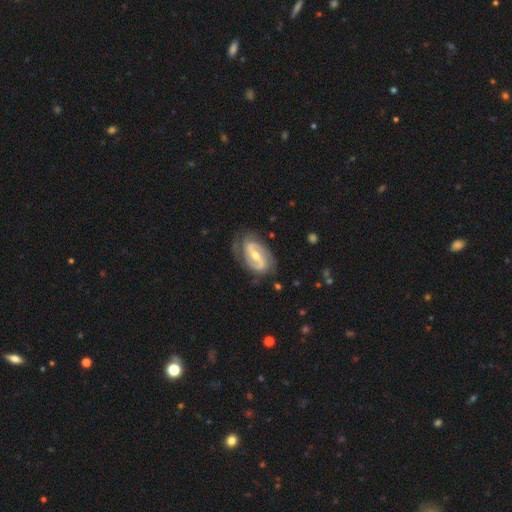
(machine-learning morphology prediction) The model was most divided on "spiral winding": medium: 46%, tight: 32%, loose: 22%. Remaining: edge-on disk — no (96%); spiral arms — yes (94%); spiral arm count — 2 (88%); smooth or featured — featured or disk (87%); merging — none (73%); bulge size — moderate (55%); bar — strong (50%).